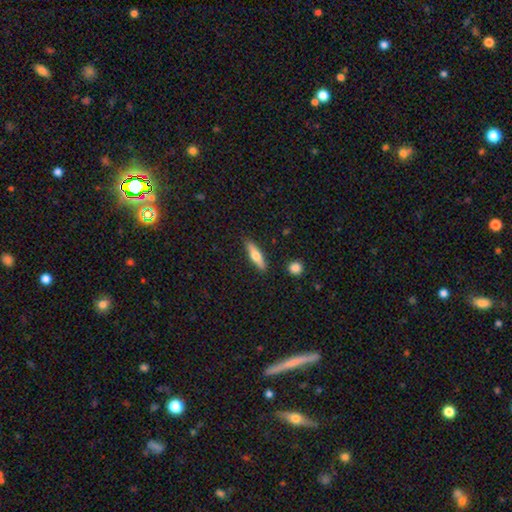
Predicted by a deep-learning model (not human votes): A smooth galaxy with no disk features (57%) that is cigar-shaped (68%). Merging: none (88%).